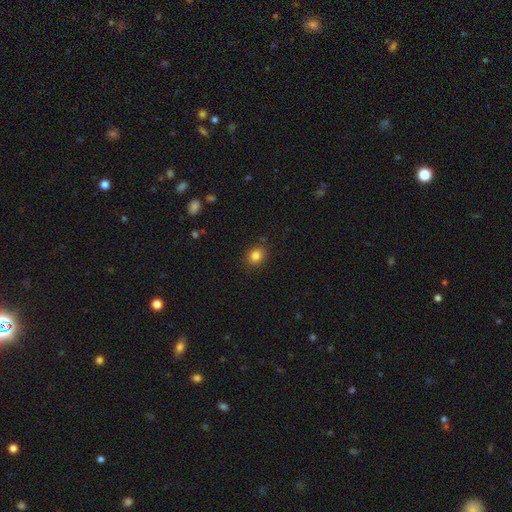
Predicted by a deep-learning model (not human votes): Morphology: type=smooth (84%); roundness=round (67%); merging=none (85%).